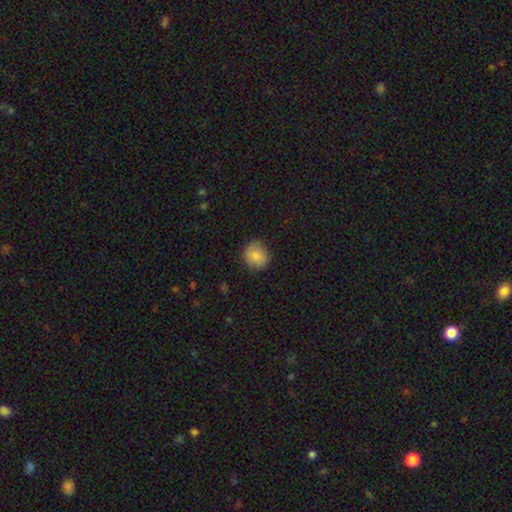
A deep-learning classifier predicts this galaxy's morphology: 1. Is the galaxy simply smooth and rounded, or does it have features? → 85% smooth, 8% star or artifact, 7% featured or disk.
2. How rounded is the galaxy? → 81% round, 18% in between, 1% cigar-shaped.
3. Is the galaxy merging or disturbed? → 84% none, 12% minor disturbance, 3% major disturbance, 1% merger.